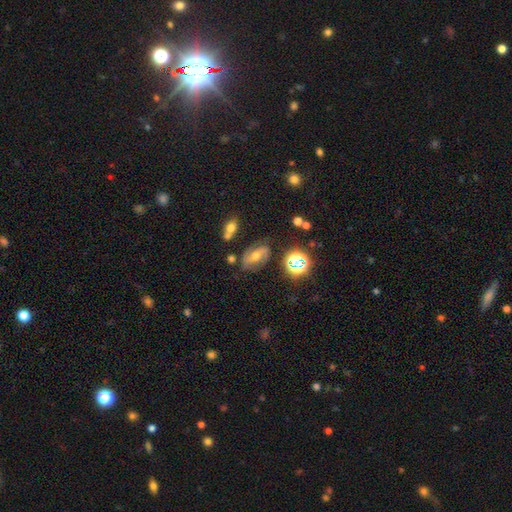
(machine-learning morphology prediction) Smooth or featured? Predicted: featured or disk (p=0.48). Merging? Predicted: none (p=0.68).